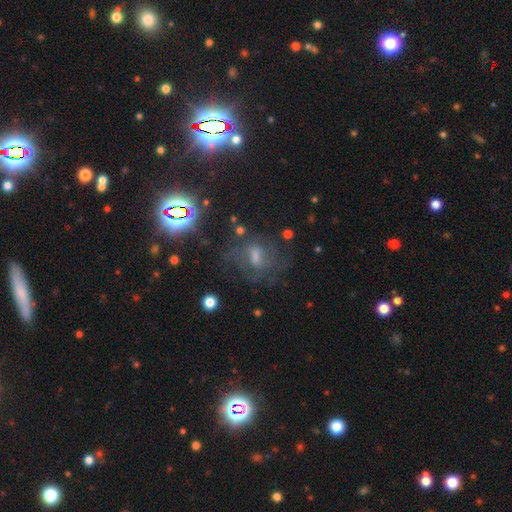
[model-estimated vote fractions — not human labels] smooth-or-featured: featured or disk: 48% | star or artifact: 29% | smooth: 23%
  merging: none: 61% | minor disturbance: 19% | major disturbance: 18% | merger: 3%